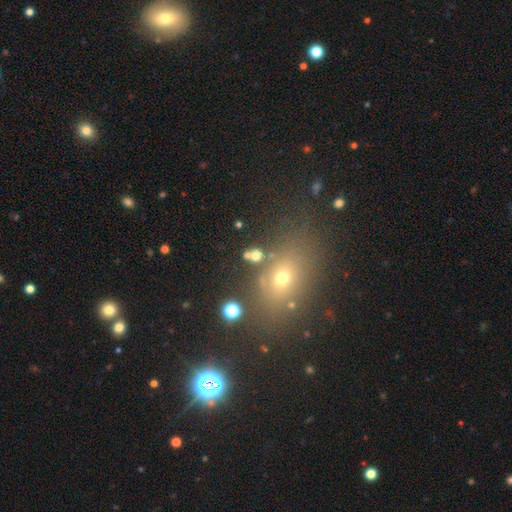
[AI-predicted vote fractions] smooth-or-featured: smooth: 67% | star or artifact: 20% | featured or disk: 13%
  how-rounded: round: 59% | in between: 39% | cigar-shaped: 3%
  merging: none: 67% | merger: 16% | minor disturbance: 11% | major disturbance: 6%